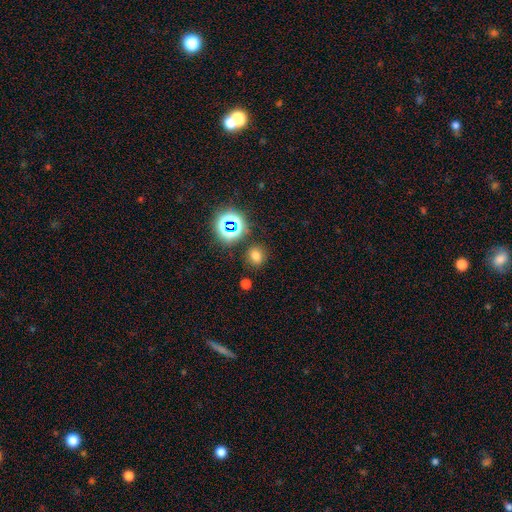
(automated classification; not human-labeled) The model was most divided on "smooth or featured": smooth: 69%, star or artifact: 24%, featured or disk: 7%. More confident: merging — none (83%); how rounded — round (72%).